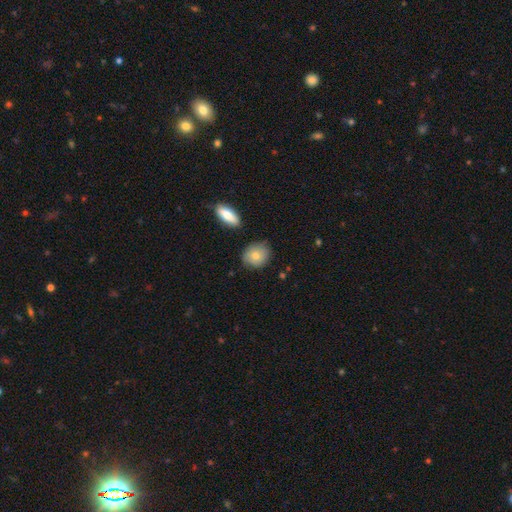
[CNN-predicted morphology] smooth-or-featured: smooth: 77% | featured or disk: 16% | star or artifact: 8%
  how-rounded: round: 71% | in between: 27% | cigar-shaped: 2%
  merging: none: 76% | minor disturbance: 18% | major disturbance: 3% | merger: 3%